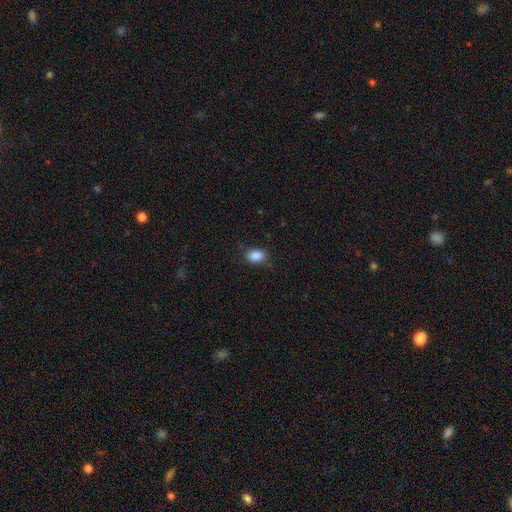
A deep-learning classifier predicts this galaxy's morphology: This is clearly a smooth galaxy (88%). How rounded: clearly in between (84%). Merging: clearly none (83%).